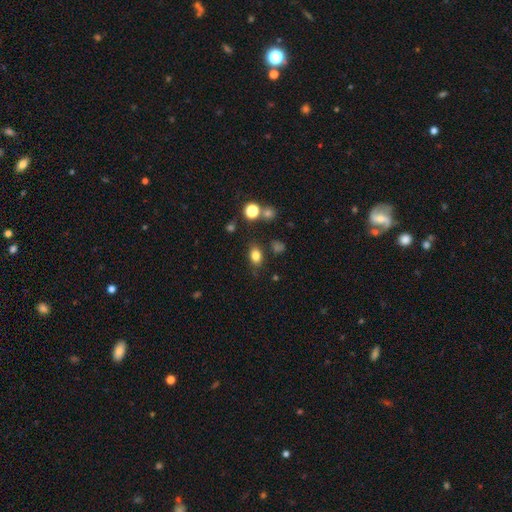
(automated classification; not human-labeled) smooth 80%, star or artifact 12%, featured or disk 8%. Down the decision tree: how rounded — in between (75%); merging — none (79%).